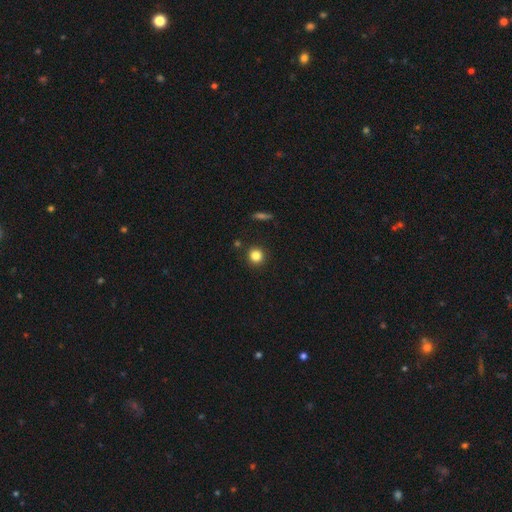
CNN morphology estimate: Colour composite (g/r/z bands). It shows a smooth galaxy with no disk features (83%) that is round (93%). Merging: none (90%).